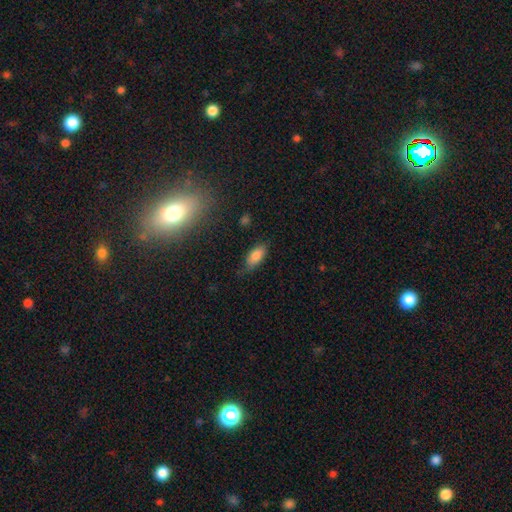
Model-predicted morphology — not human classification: Smooth or featured?
  - smooth: 83% *
  - featured or disk: 9%
  - star or artifact: 8%
How rounded?
  - in between: 87% *
  - cigar-shaped: 10%
  - round: 3%
Merging?
  - none: 70% *
  - minor disturbance: 23%
  - major disturbance: 5%
  - merger: 2%